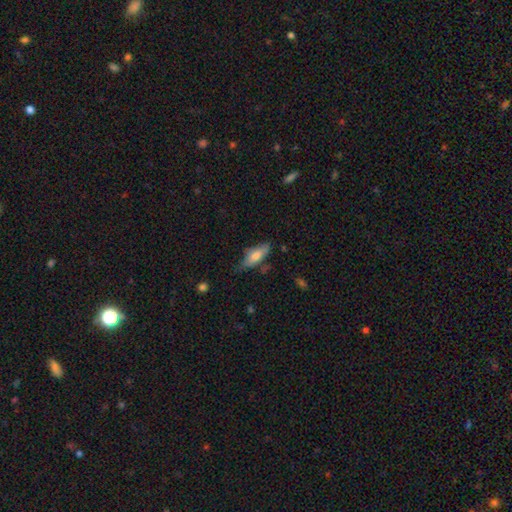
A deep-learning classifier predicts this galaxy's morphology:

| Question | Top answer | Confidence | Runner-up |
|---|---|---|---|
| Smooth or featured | smooth | 68% | featured or disk (25%) |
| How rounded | in between | 64% | cigar-shaped (34%) |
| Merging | none | 57% | minor disturbance (31%) |